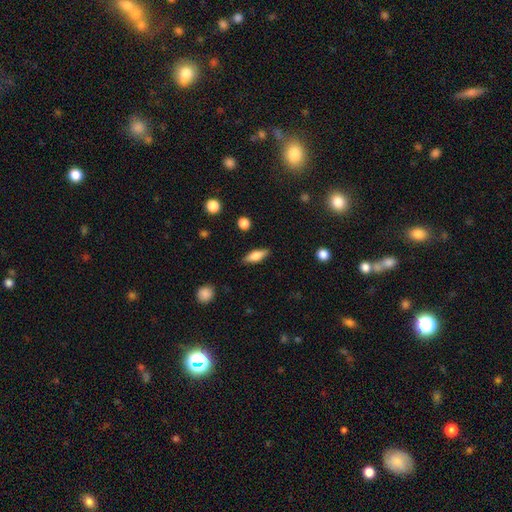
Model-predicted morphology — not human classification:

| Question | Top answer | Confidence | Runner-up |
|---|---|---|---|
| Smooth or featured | smooth | 67% | featured or disk (26%) |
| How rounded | in between | 64% | cigar-shaped (32%) |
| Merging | none | 85% | minor disturbance (11%) |